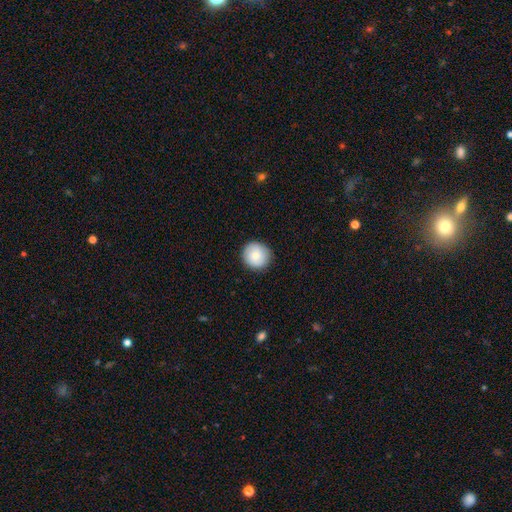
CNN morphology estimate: Smooth or featured: smooth — 83% (featured or disk — 10%)
How rounded: round — 93% (in between — 6%)
Merging: none — 90% (minor disturbance — 7%)